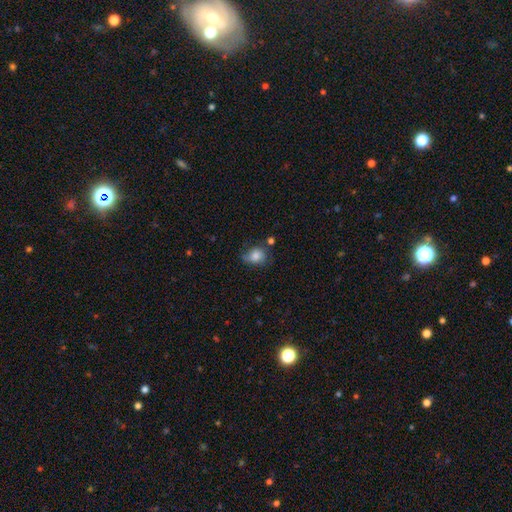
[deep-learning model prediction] Q: Smooth or featured?
A: smooth (77%); runner-up: featured or disk (13%)
Q: How rounded?
A: in between (52%); runner-up: round (47%)
Q: Merging?
A: none (48%); runner-up: minor disturbance (34%)